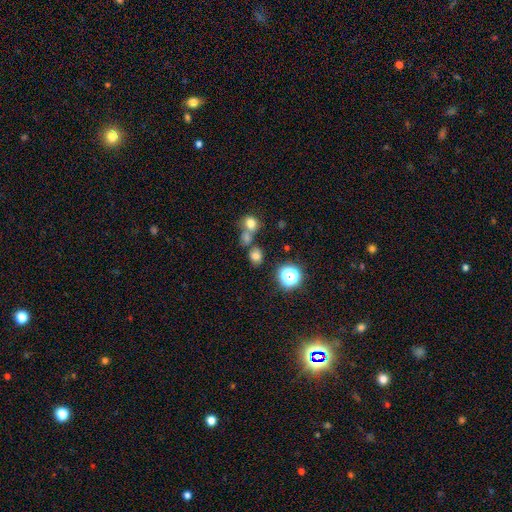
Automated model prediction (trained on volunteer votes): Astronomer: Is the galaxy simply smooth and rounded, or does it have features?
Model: smooth — 70%.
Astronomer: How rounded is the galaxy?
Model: round — 68%.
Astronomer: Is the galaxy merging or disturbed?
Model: none — 61%.